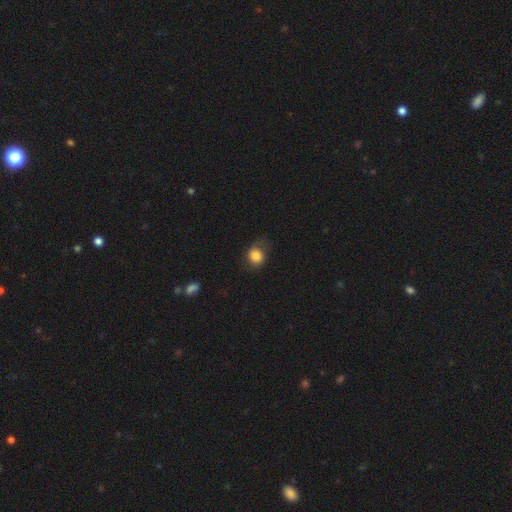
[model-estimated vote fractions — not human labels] Smooth or featured? smooth (81%)
How rounded? round (64%)
Merging? none (54%)